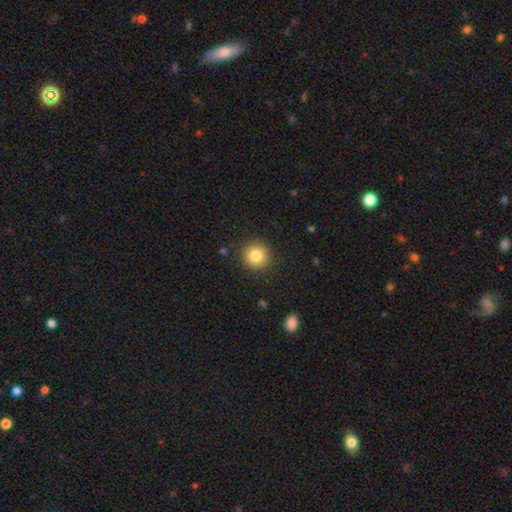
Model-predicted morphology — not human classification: Smooth or featured: smooth — 82% (star or artifact — 11%)
How rounded: round — 94% (in between — 5%)
Merging: none — 90% (minor disturbance — 7%)